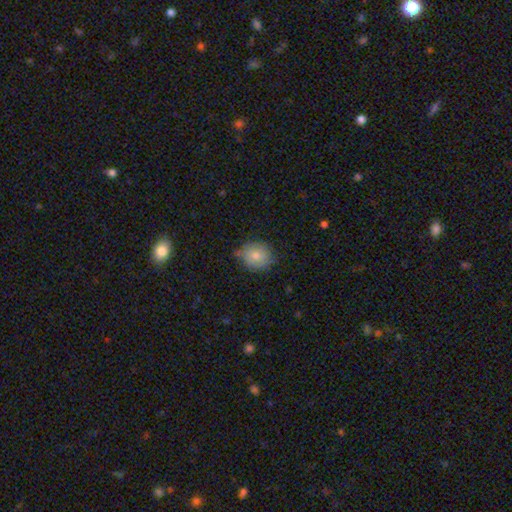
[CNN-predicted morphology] Smooth or featured? smooth (80%)
How rounded? round (79%)
Merging? none (74%)